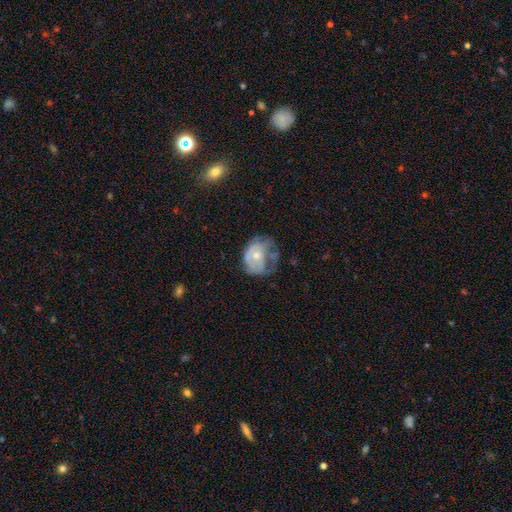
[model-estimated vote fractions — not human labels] Q: Smooth or featured?
A: featured or disk (52%); runner-up: smooth (41%)
Q: Edge-on disk?
A: no (97%); runner-up: yes (3%)
Q: Bar?
A: no (83%); runner-up: weak (14%)
Q: Spiral arms?
A: no (53%); runner-up: yes (47%)
Q: Bulge size?
A: moderate (53%); runner-up: small (39%)
Q: Merging?
A: major disturbance (35%); runner-up: minor disturbance (31%)